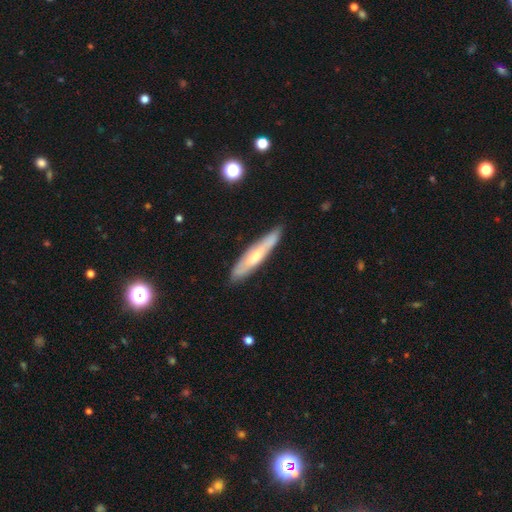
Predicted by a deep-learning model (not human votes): Smooth or featured? smooth (48%)
Merging? none (82%)